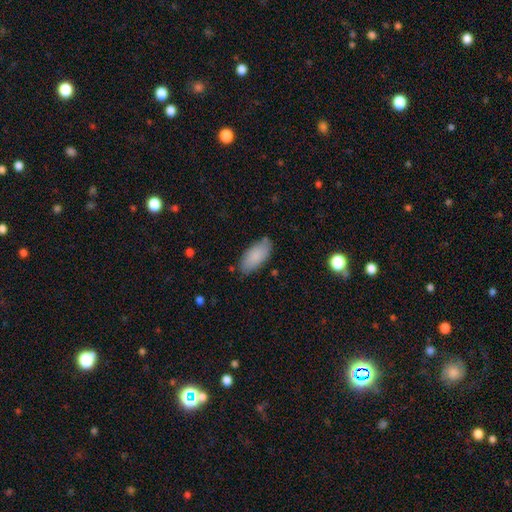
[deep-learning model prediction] Smooth or featured: smooth — 85% (featured or disk — 9%)
How rounded: in between — 89% (cigar-shaped — 9%)
Merging: none — 79% (minor disturbance — 16%)